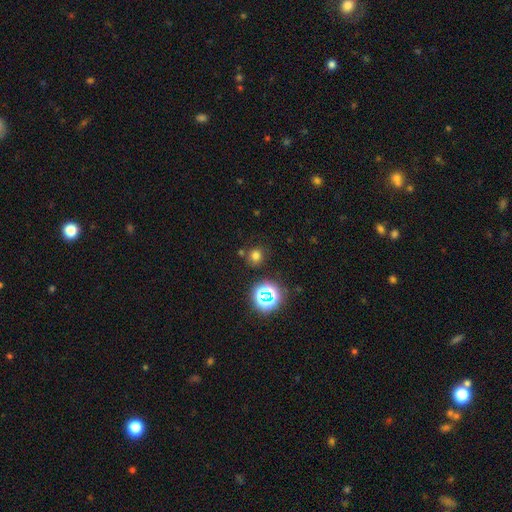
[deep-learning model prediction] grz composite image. It shows a smooth galaxy with no disk features (67%) that is round (85%). Merging: none (77%).